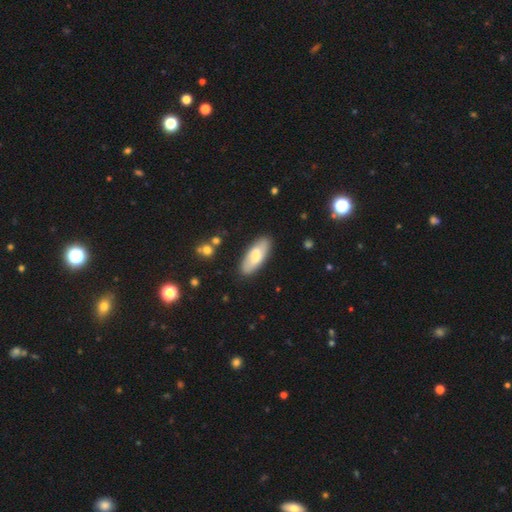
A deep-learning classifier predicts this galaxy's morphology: Smooth or featured? smooth (65%)
How rounded? in between (79%)
Merging? none (86%)